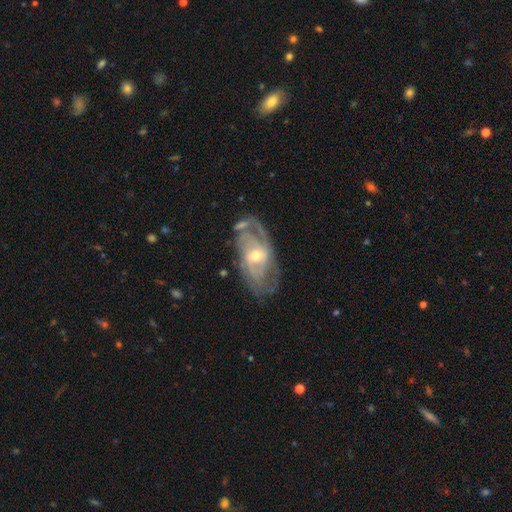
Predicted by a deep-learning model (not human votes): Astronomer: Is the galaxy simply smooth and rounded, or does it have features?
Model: featured or disk — 85%.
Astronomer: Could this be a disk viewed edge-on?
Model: no — 94%.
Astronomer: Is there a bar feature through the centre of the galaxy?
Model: no — 50% (runner-up: weak, 39%).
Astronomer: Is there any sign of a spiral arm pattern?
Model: yes — 92%.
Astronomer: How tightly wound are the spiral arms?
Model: tight — 47% (runner-up: medium, 40%).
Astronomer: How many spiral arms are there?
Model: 2 — 36% (runner-up: can't tell, 30%).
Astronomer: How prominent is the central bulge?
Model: moderate — 49% (runner-up: small, 47%).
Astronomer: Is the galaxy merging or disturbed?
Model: none — 63%.